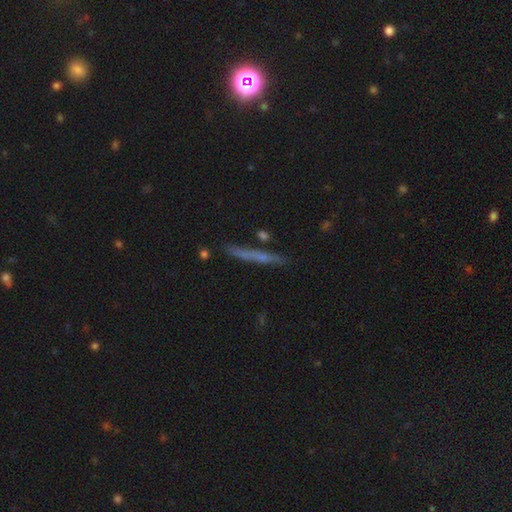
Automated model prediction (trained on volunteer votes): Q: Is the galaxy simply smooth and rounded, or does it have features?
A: smooth — 47%.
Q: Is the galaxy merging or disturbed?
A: none — 84%.